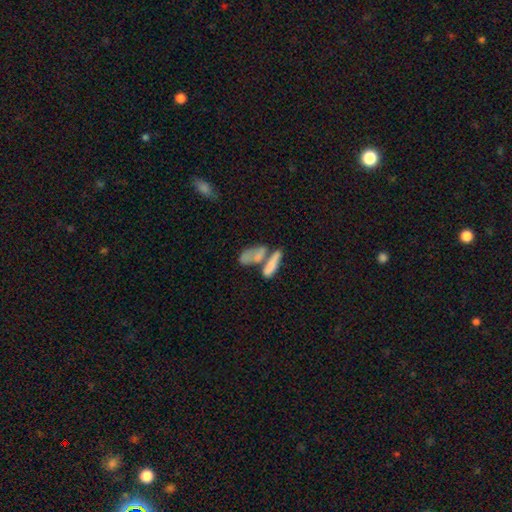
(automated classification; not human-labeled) Smooth or featured?
  - smooth: 69% *
  - featured or disk: 22%
  - star or artifact: 8%
How rounded?
  - in between: 64% *
  - cigar-shaped: 31%
  - round: 5%
Merging?
  - merger: 50% *
  - none: 29%
  - minor disturbance: 12%
  - major disturbance: 9%